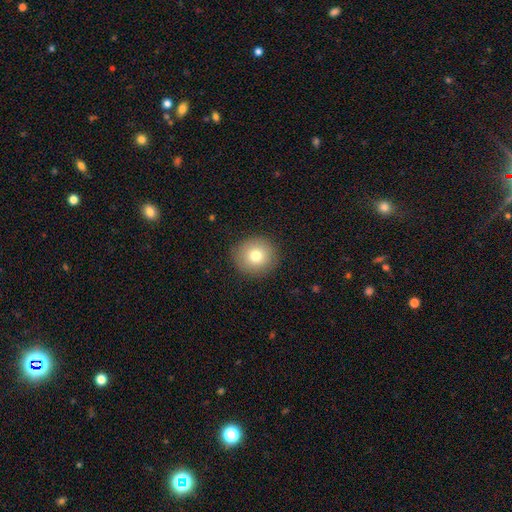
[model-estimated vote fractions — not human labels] Smooth or featured? smooth (76%)
How rounded? round (92%)
Merging? none (90%)